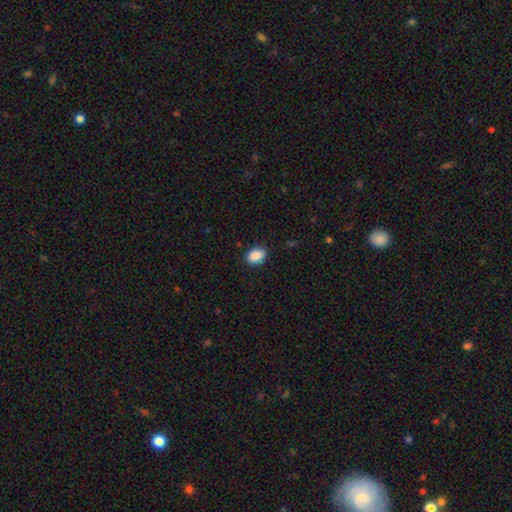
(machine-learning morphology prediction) This appears to be a smooth galaxy with no disk features (90%) that is in between round and cigar-shaped (80%). Merging: none (87%).